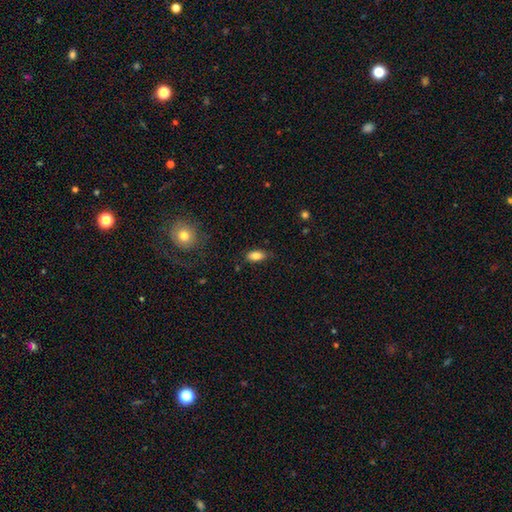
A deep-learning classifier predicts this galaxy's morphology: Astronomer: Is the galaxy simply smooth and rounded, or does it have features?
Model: smooth — 84%.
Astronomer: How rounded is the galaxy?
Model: in between — 88%.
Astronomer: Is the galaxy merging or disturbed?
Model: none — 76%.